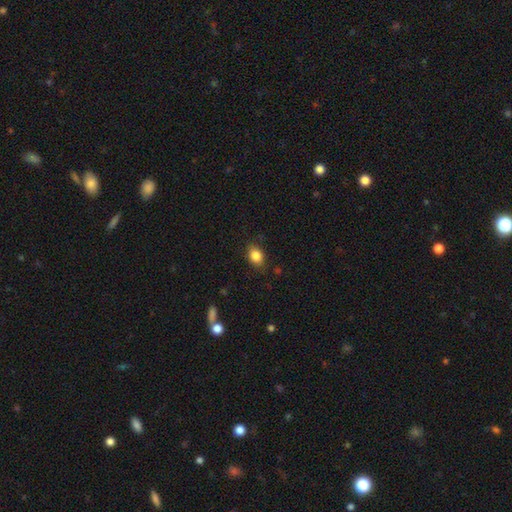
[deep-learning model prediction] The model was most divided on "how rounded": in between: 69%, round: 29%, cigar-shaped: 1%. More confident: smooth or featured — smooth (85%); merging — none (82%).